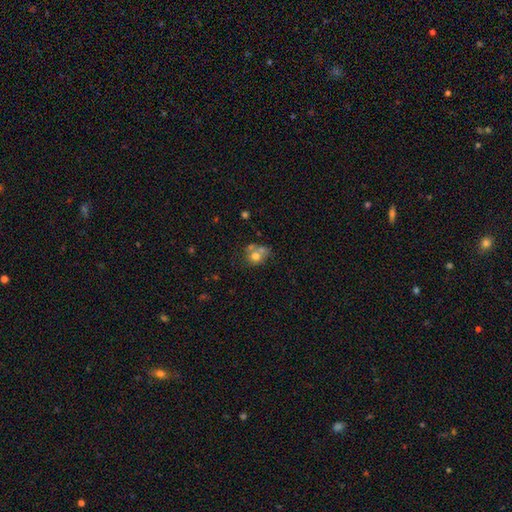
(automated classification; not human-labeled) This appears to be a smooth galaxy with no disk features (66%) that is round (67%). Merging: merger (41%).